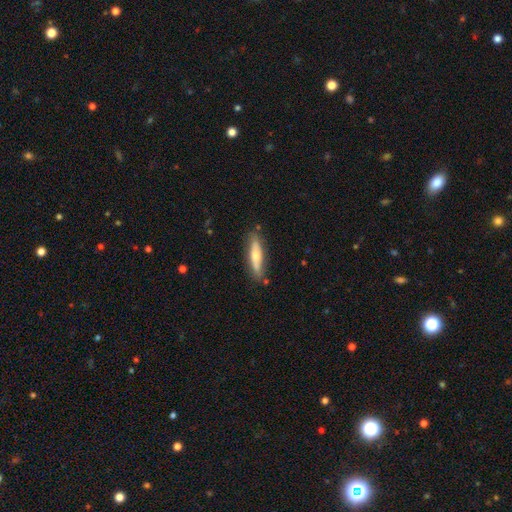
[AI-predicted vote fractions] Overall: featured or disk (48%; smooth 46%). Merging: none (81%).